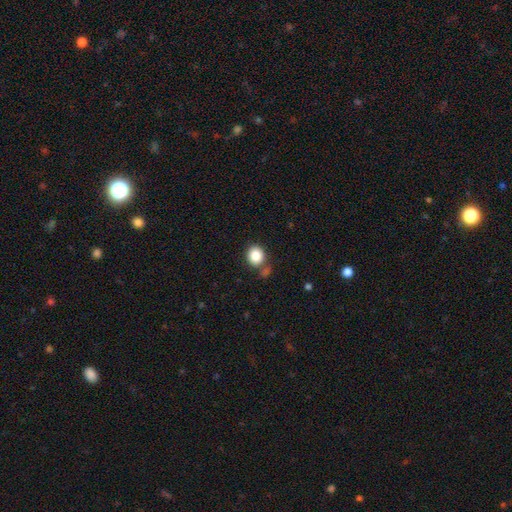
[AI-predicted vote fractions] Overall: smooth (85%). How rounded: round (77%). Merging: none (72%).